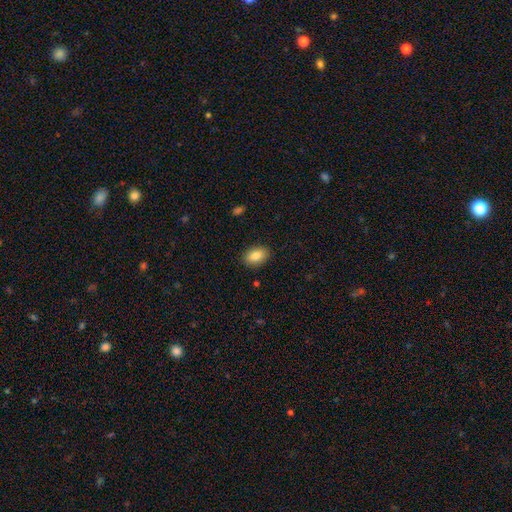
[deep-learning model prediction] This appears to be a smooth galaxy with no disk features (86%) that is in between round and cigar-shaped (88%). Merging: none (88%).